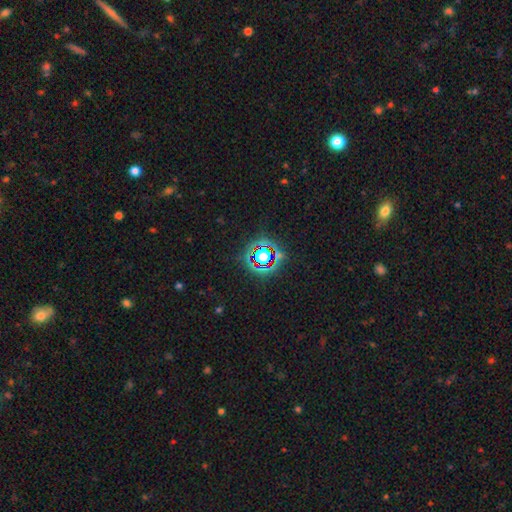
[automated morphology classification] smooth-or-featured: star or artifact: 78% | smooth: 14% | featured or disk: 8%